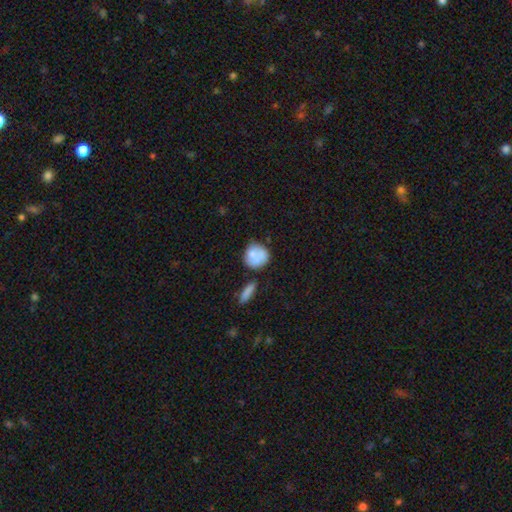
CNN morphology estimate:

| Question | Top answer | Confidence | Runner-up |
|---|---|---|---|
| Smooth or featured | smooth | 74% | featured or disk (19%) |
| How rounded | round | 80% | in between (19%) |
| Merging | none | 50% | merger (21%) |